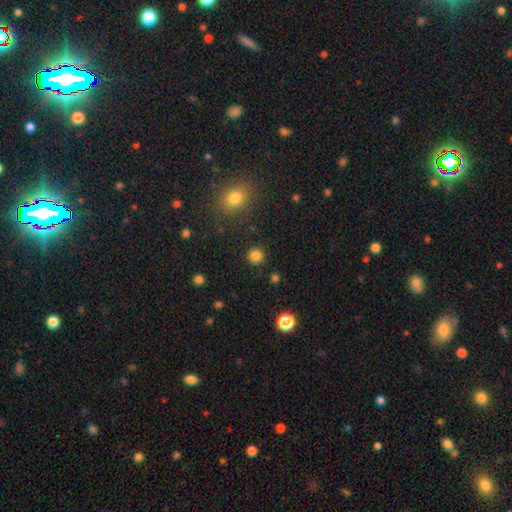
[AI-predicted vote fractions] A smooth galaxy with no disk features (83%) that is round (93%).

Vote fractions:
- Smooth or featured? smooth: 83% / star or artifact: 13% / featured or disk: 4%
- How rounded? round: 93% / in between: 6% / cigar-shaped: 1%
- Merging? none: 90% / minor disturbance: 6% / major disturbance: 2% / merger: 2%